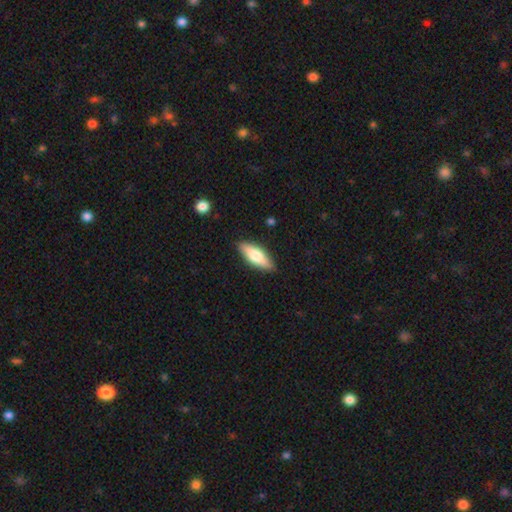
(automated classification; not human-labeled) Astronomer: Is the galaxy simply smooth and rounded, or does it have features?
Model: smooth — 61%.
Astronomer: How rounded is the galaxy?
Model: in between — 58% (runner-up: cigar-shaped, 40%).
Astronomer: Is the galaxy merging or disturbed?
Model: none — 87%.